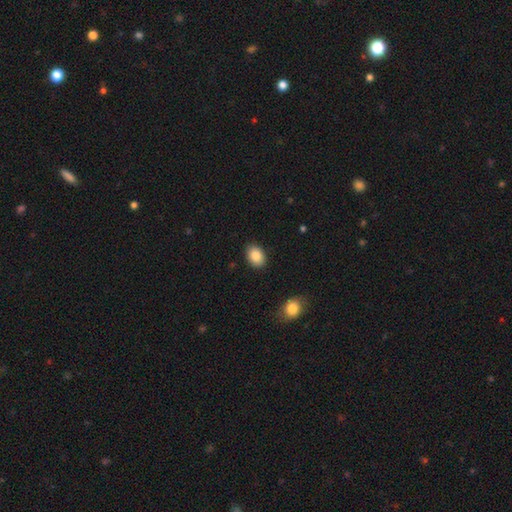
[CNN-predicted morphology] Smooth or featured? smooth (86%)
How rounded? in between (78%)
Merging? none (89%)